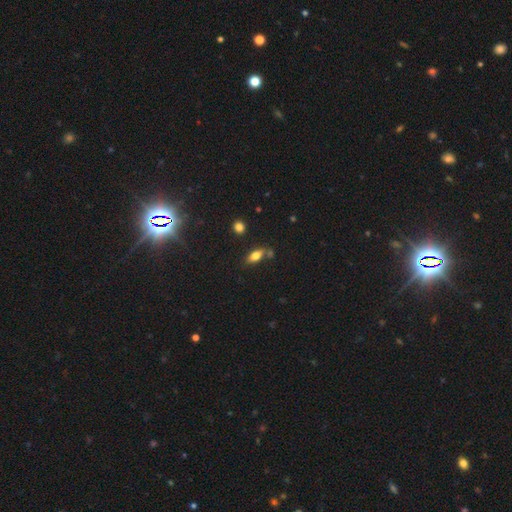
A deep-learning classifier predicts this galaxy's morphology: Smooth or featured: smooth — 69% (featured or disk — 21%)
How rounded: in between — 79% (cigar-shaped — 16%)
Merging: none — 68% (minor disturbance — 16%)